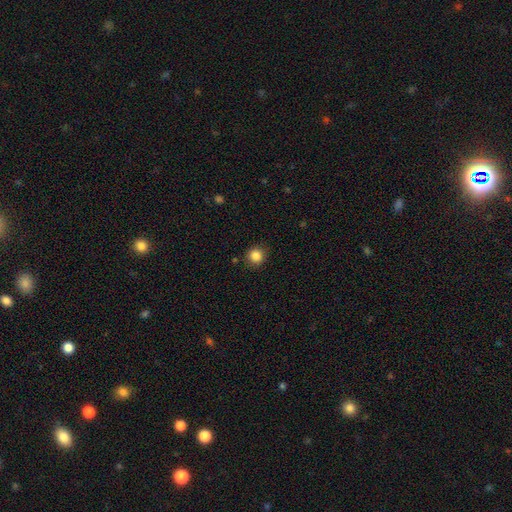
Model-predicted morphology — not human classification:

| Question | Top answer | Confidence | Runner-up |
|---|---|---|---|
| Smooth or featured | smooth | 86% | star or artifact (11%) |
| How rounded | round | 89% | in between (10%) |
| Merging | none | 88% | minor disturbance (8%) |